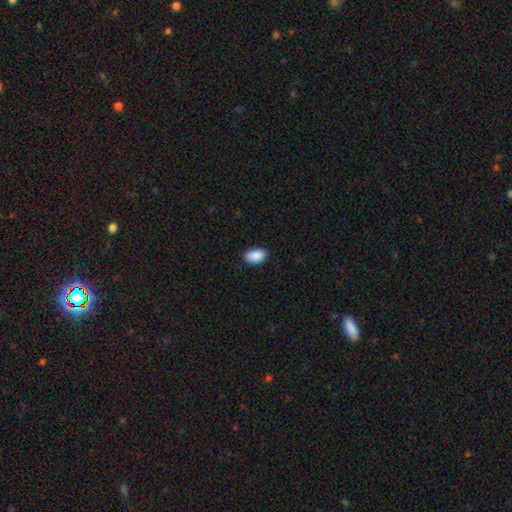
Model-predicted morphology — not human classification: A smooth galaxy with no disk features (91%) that is in between round and cigar-shaped (93%).

Vote fractions:
- Smooth or featured? smooth: 91% / star or artifact: 7% / featured or disk: 3%
- How rounded? in between: 93% / round: 6% / cigar-shaped: 1%
- Merging? none: 88% / minor disturbance: 9% / major disturbance: 2% / merger: 1%